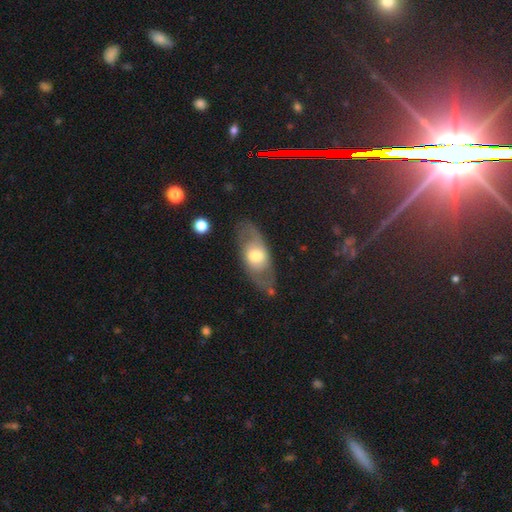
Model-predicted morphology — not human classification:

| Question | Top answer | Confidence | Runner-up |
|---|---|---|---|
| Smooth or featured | featured or disk | 55% | smooth (39%) |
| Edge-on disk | no | 81% | yes (19%) |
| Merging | none | 76% | minor disturbance (15%) |